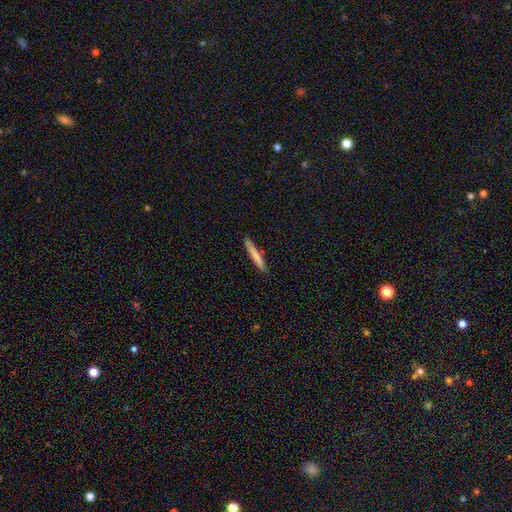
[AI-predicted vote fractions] This is likely a smooth galaxy (77%). How rounded: clearly cigar-shaped (96%). Merging: clearly none (90%).